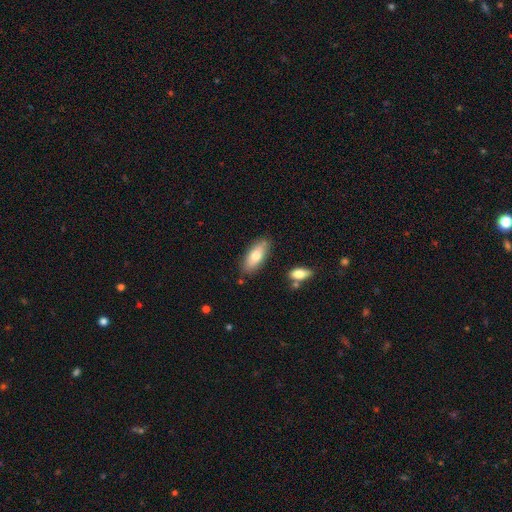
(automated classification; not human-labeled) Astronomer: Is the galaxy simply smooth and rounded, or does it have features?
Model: smooth — 72%.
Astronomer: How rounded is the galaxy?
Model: in between — 81%.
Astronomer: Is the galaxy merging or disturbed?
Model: none — 81%.